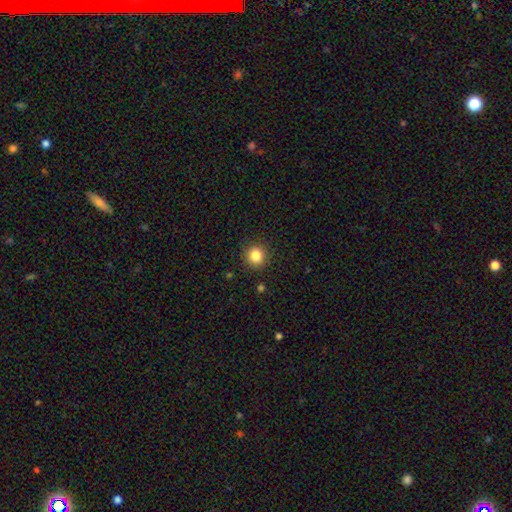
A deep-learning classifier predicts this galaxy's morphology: smooth_or_featured: smooth (p=0.85) [alt: star or artifact p=0.11]
how_rounded: round (p=0.90) [alt: in between p=0.09]
merging: none (p=0.90) [alt: minor disturbance p=0.06]